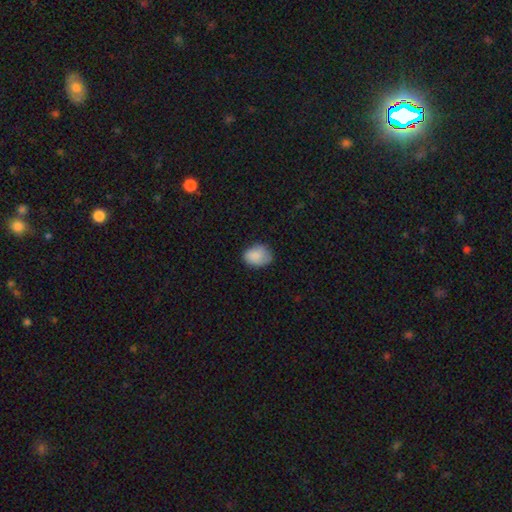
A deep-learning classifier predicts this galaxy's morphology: Smooth or featured: smooth — 85% (featured or disk — 7%)
How rounded: in between — 65% (round — 34%)
Merging: none — 67% (minor disturbance — 26%)